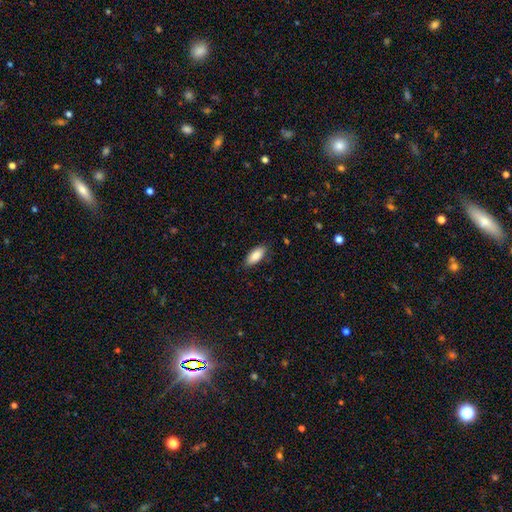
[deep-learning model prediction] A smooth galaxy with no disk features (87%) that is in between round and cigar-shaped (84%). Merging: none (85%).